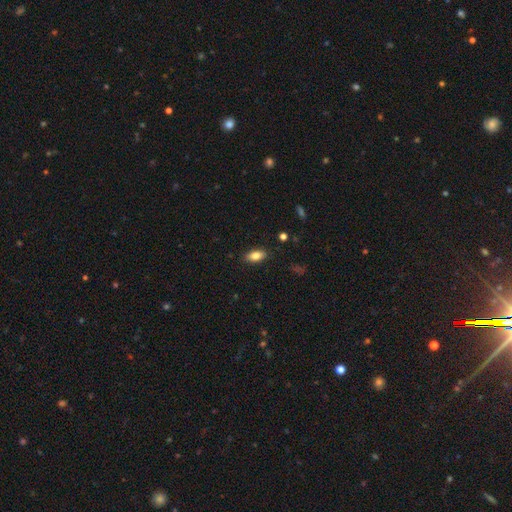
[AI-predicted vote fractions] This is clearly a smooth galaxy (83%). How rounded: clearly in between (88%). Merging: clearly none (87%).